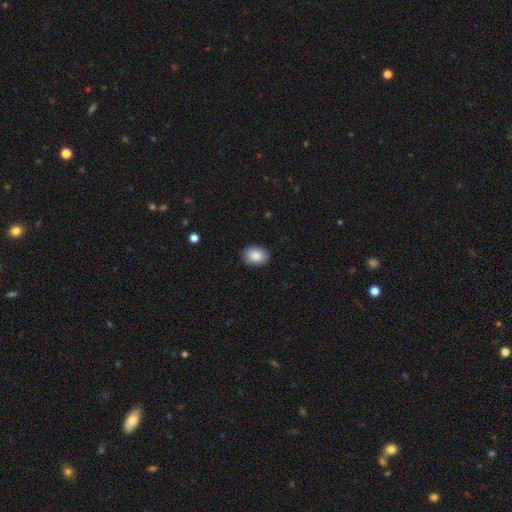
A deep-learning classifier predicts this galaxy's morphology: smooth-or-featured: smooth: 87% | star or artifact: 7% | featured or disk: 5%
  how-rounded: in between: 71% | round: 29% | cigar-shaped: 1%
  merging: none: 88% | minor disturbance: 9% | major disturbance: 2% | merger: 1%